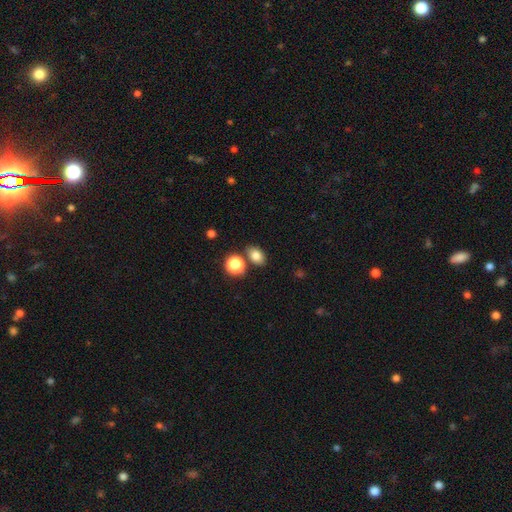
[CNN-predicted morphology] smooth_or_featured: smooth (p=0.81) [alt: star or artifact p=0.12]
how_rounded: in between (p=0.72) [alt: round p=0.27]
merging: none (p=0.75) [alt: merger p=0.12]